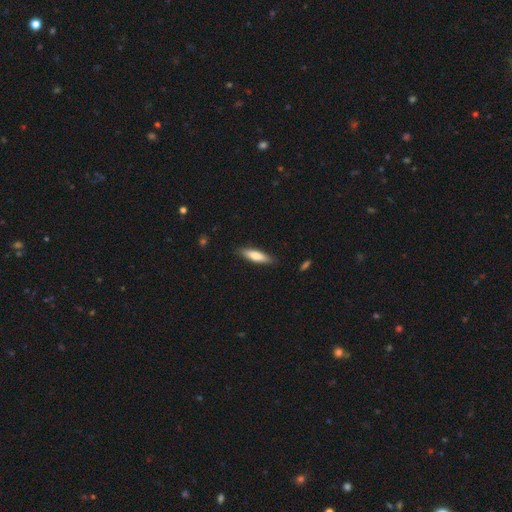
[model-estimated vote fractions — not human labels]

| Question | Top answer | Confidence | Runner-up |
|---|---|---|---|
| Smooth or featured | smooth | 70% | featured or disk (25%) |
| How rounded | cigar-shaped | 69% | in between (29%) |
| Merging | none | 87% | minor disturbance (10%) |